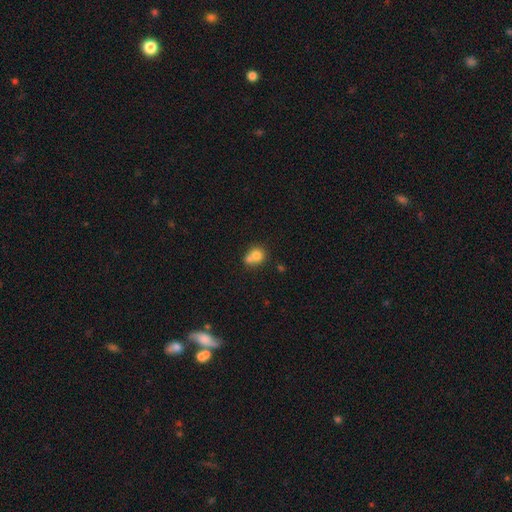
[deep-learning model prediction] Smooth or featured: smooth — 74% (featured or disk — 16%)
How rounded: round — 73% (in between — 26%)
Merging: merger — 50% (none — 36%)